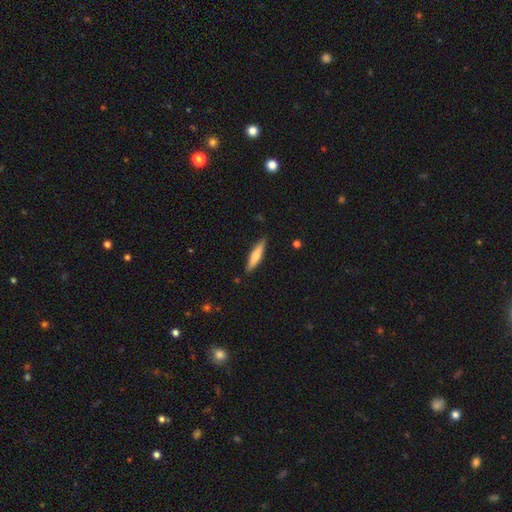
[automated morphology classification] This is likely a smooth galaxy (61%). How rounded: clearly cigar-shaped (84%). Merging: clearly none (87%).